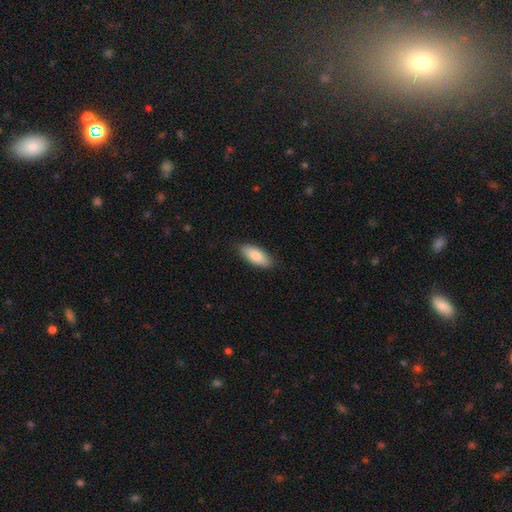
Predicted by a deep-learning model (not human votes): This appears to be a smooth galaxy with no disk features (85%) that is in between round and cigar-shaped (83%). Merging: none (87%).